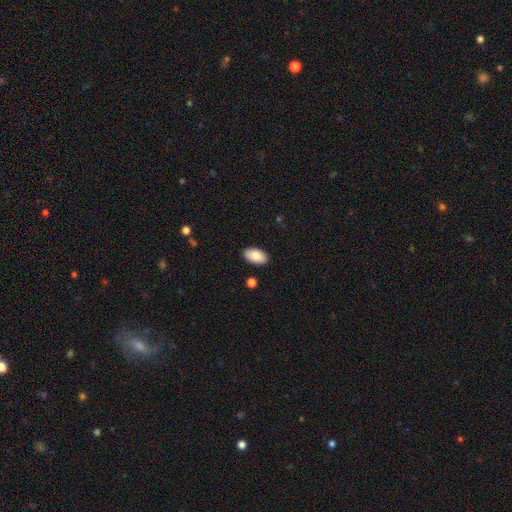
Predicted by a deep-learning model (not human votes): smooth 86%, featured or disk 7%, star or artifact 6%. Down the decision tree: how rounded — in between (95%); merging — none (88%).